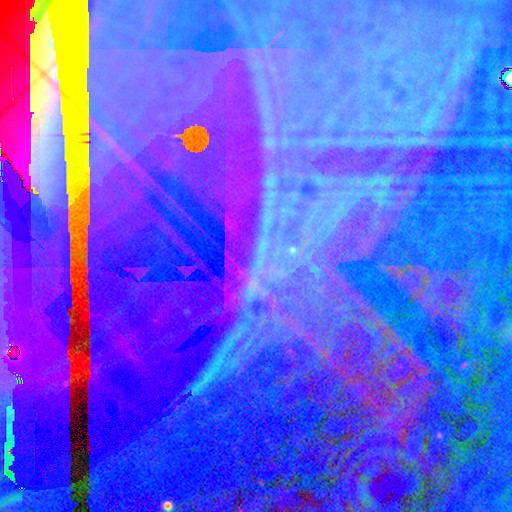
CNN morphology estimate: This is clearly a star or artifact rather than a galaxy (88%).